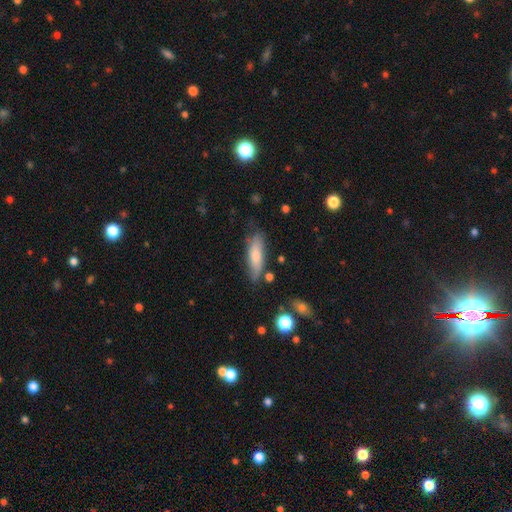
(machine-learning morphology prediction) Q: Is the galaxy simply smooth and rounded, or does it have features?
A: smooth — 74%.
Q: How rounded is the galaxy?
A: cigar-shaped — 51%.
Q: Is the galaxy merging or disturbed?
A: none — 68%.